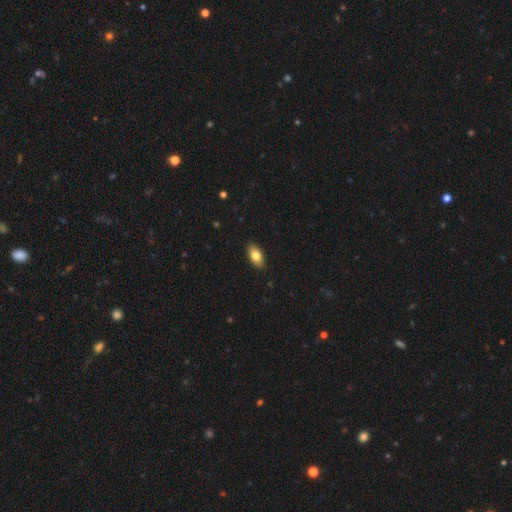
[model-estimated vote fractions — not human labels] Overall: smooth (79%). How rounded: in between (91%). Merging: none (89%).